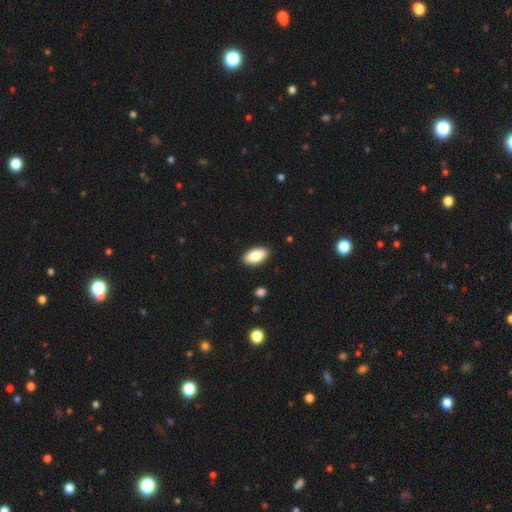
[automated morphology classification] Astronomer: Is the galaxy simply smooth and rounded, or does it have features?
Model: smooth — 87%.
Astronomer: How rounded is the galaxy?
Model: in between — 94%.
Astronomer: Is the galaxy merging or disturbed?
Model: none — 90%.